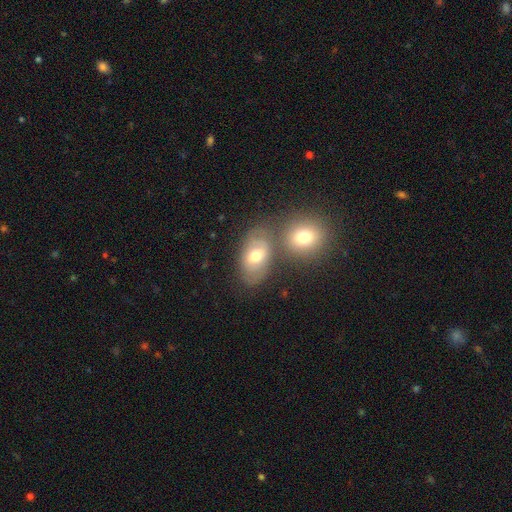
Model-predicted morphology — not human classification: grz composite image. It shows a smooth galaxy with no disk features (55%) that is in between round and cigar-shaped (81%). Merging: none (54%).